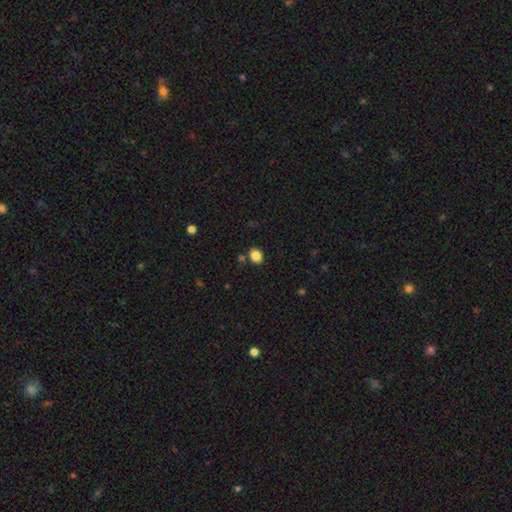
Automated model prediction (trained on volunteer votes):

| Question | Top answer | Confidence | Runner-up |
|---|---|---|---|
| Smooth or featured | smooth | 86% | star or artifact (10%) |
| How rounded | round | 51% | in between (48%) |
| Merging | none | 82% | minor disturbance (9%) |